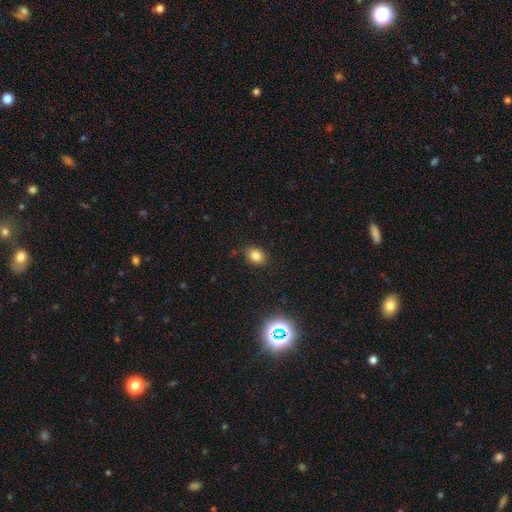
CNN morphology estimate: Q: Smooth or featured?
A: smooth (81%); runner-up: star or artifact (13%)
Q: How rounded?
A: in between (54%); runner-up: round (45%)
Q: Merging?
A: none (80%); runner-up: minor disturbance (15%)